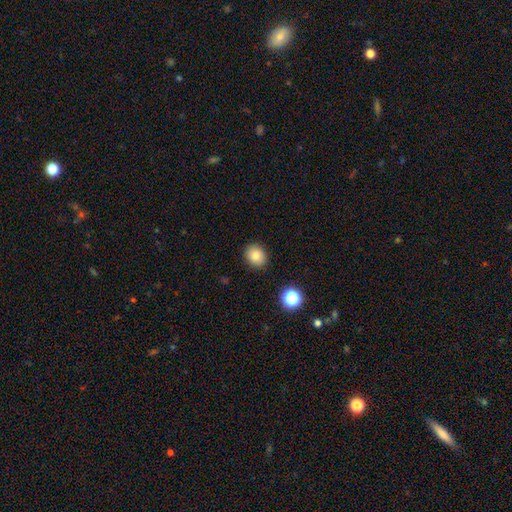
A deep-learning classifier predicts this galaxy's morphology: smooth 82%, star or artifact 11%, featured or disk 8%. Down the decision tree: how rounded — round (58%); merging — none (89%).